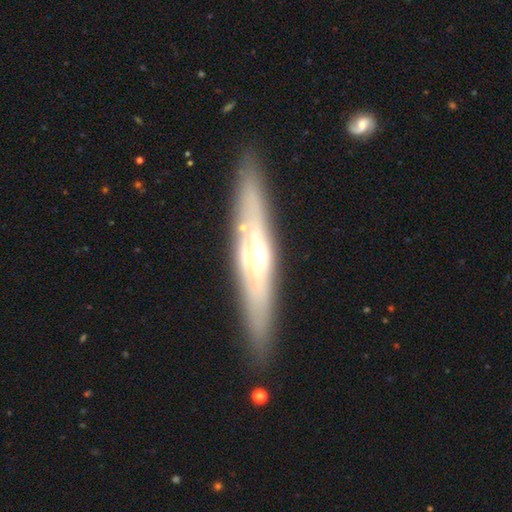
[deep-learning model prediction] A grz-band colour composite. It shows a featured or disk galaxy (71%) viewed edge-on (84%) with a rounded central bulge (80%). Merging: none (88%).